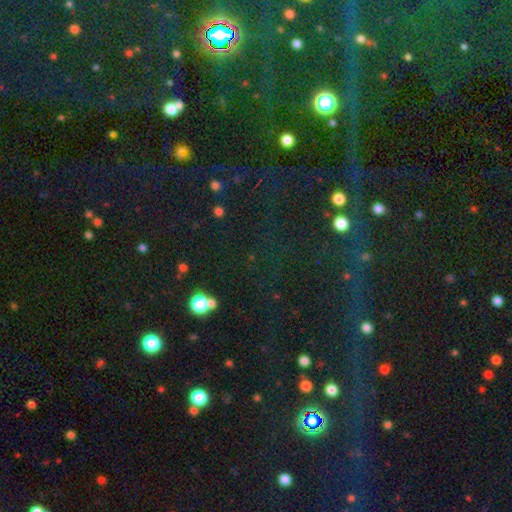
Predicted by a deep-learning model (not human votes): A star or artifact, not a galaxy (76%).

Vote fractions:
- Smooth or featured? star or artifact: 76% / smooth: 15% / featured or disk: 9%